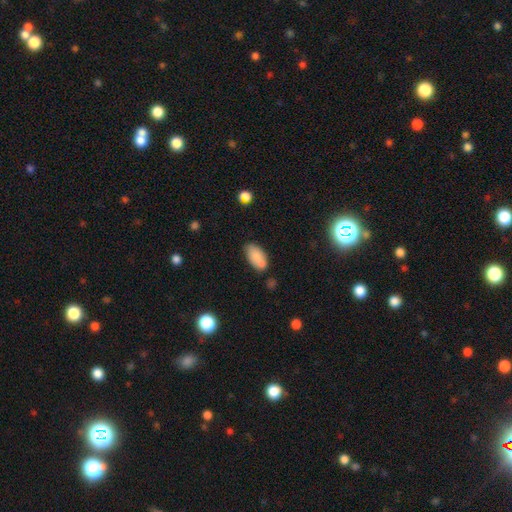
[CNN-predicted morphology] smooth 80%, featured or disk 12%, star or artifact 8%. Down the decision tree: how rounded — in between (92%); merging — none (57%).